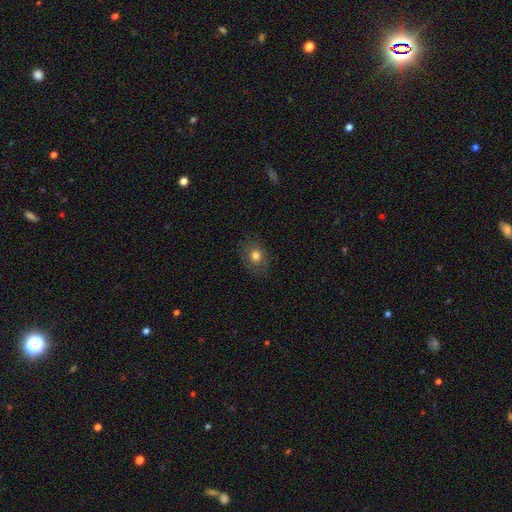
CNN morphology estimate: This appears to be a smooth galaxy with no disk features (73%) that is round (53%). Merging: none (81%).